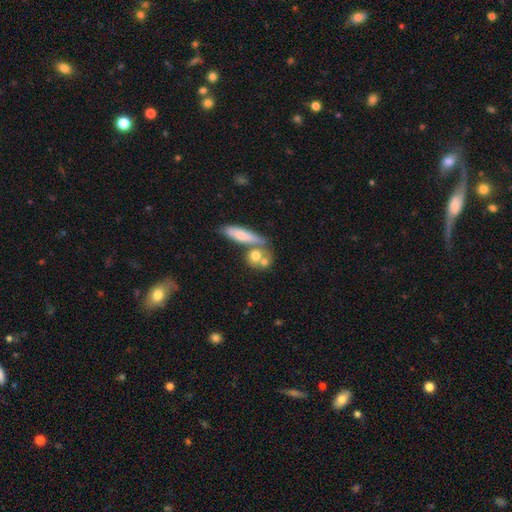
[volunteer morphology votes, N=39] Smooth or featured? smooth (72%)
How rounded? round (50%)
Merging? merger (51%)